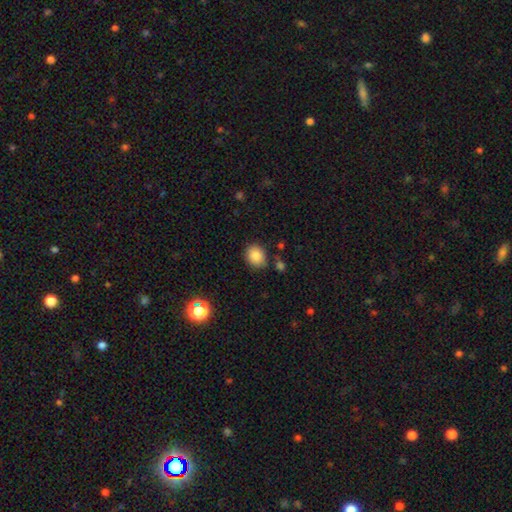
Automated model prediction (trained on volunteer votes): Smooth or featured?
  - smooth: 85% *
  - star or artifact: 9%
  - featured or disk: 5%
How rounded?
  - round: 60% *
  - in between: 39%
  - cigar-shaped: 1%
Merging?
  - none: 81% *
  - minor disturbance: 11%
  - merger: 5%
  - major disturbance: 3%